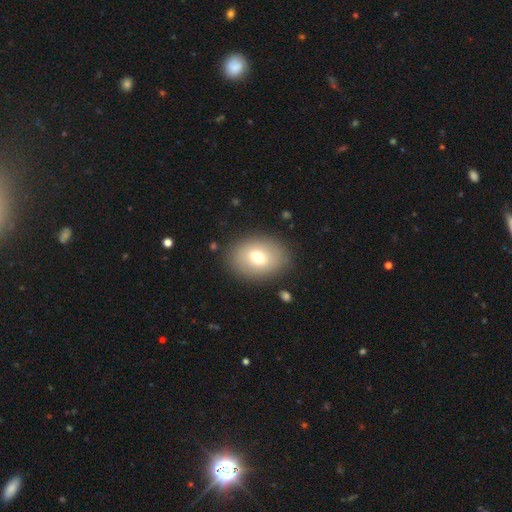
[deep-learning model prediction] The model was most divided on "how rounded": in between: 71%, round: 28%, cigar-shaped: 1%. More confident: merging — none (88%); smooth or featured — smooth (70%).